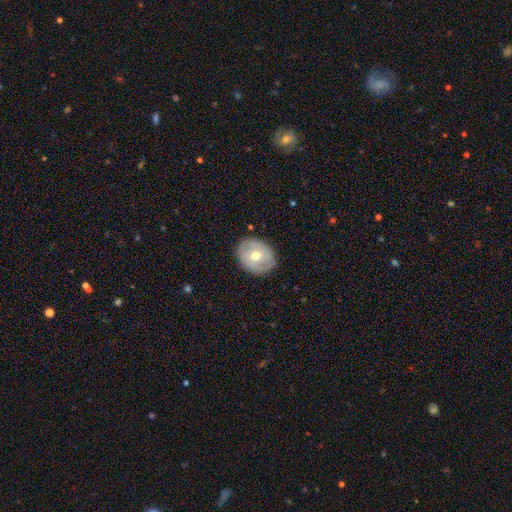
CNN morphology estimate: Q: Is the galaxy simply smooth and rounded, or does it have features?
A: smooth — 47%.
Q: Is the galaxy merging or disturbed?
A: none — 85%.